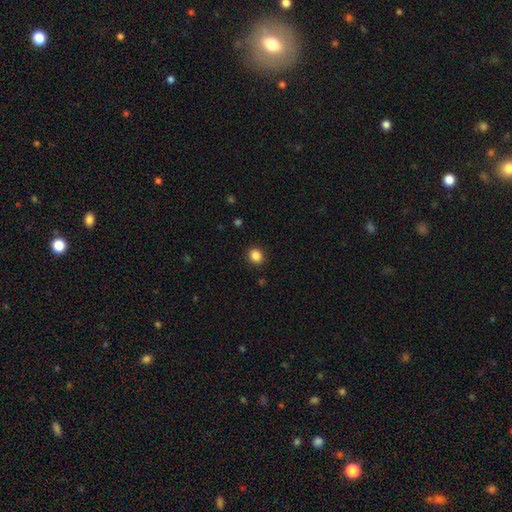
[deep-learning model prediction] Q: Smooth or featured?
A: smooth (86%); runner-up: star or artifact (10%)
Q: How rounded?
A: round (72%); runner-up: in between (27%)
Q: Merging?
A: none (90%); runner-up: minor disturbance (7%)